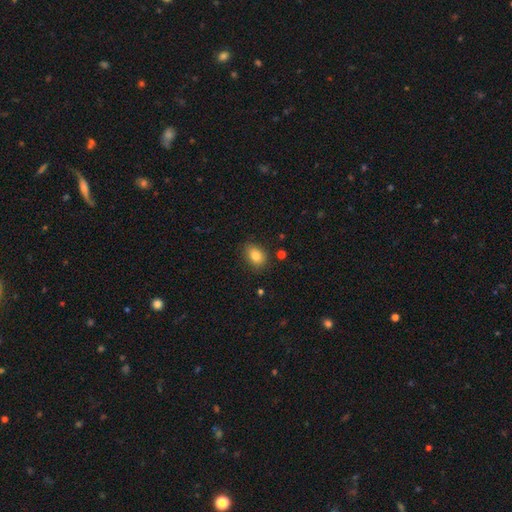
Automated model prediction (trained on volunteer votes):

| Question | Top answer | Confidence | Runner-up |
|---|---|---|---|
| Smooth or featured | smooth | 83% | star or artifact (10%) |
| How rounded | in between | 74% | round (25%) |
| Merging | none | 83% | minor disturbance (12%) |